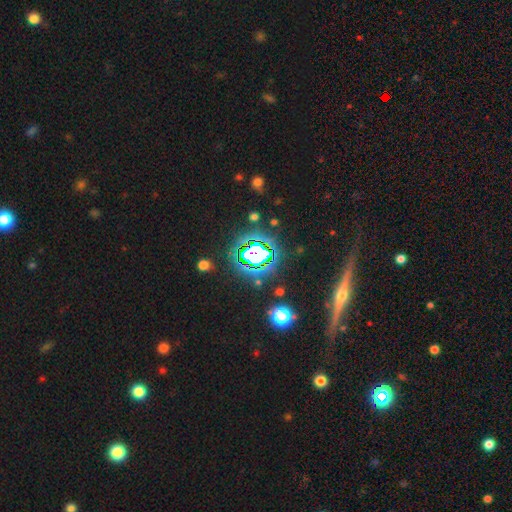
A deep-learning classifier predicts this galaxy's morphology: Smooth or featured: star or artifact — 72% (smooth — 17%)